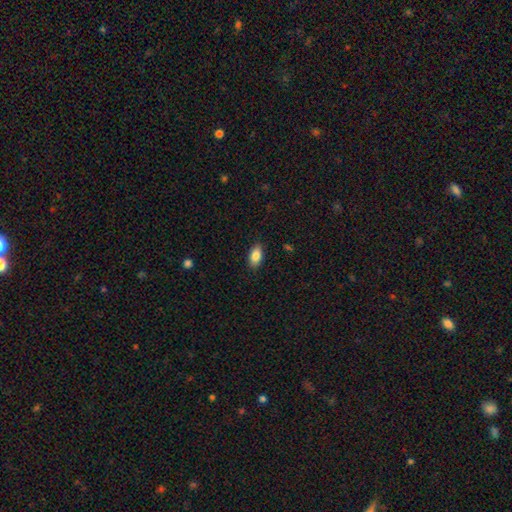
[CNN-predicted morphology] Smooth or featured? Predicted: smooth (p=0.86). How rounded? Predicted: in between (p=0.92). Merging? Predicted: none (p=0.88).